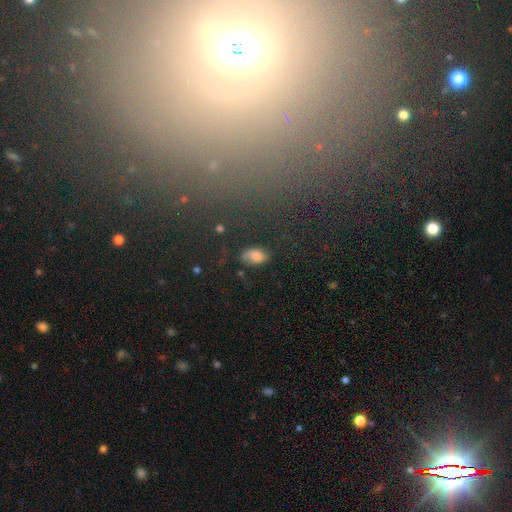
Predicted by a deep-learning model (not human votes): Overall: smooth (65%). How rounded: in between (88%). Merging: none (63%; minor disturbance 23%).